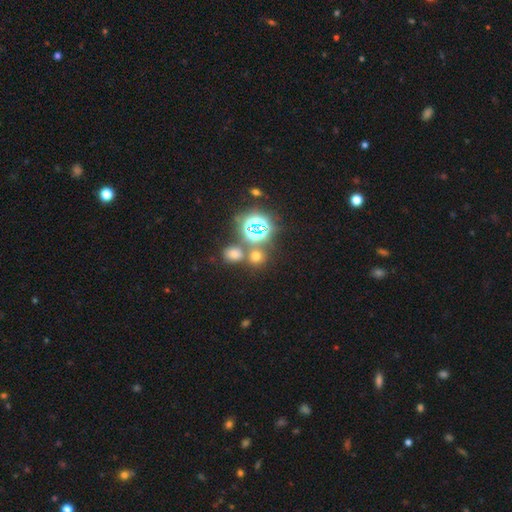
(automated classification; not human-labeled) This appears to be a smooth galaxy with no disk features (54%) that is round (79%). Merging: none (67%).